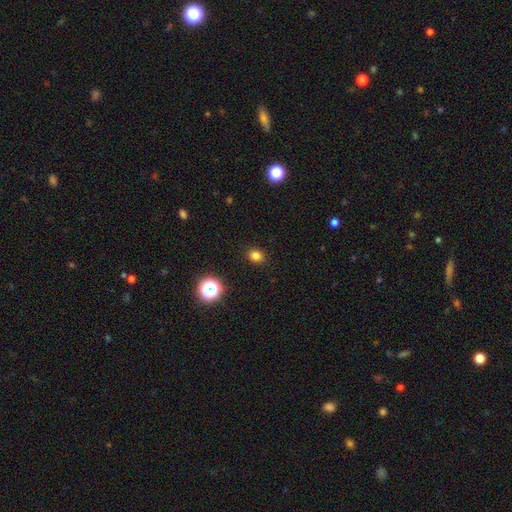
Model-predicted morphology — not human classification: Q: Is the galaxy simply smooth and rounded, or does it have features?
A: smooth — 80%.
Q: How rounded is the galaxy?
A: round — 62%.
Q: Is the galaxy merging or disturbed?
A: none — 90%.